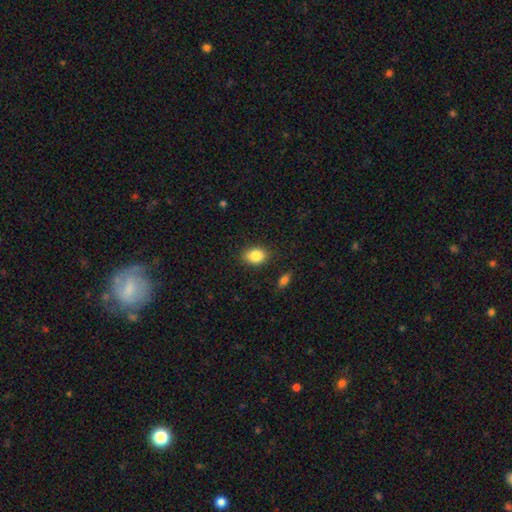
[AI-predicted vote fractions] The model was most divided on "how rounded": in between: 69%, round: 29%, cigar-shaped: 1%. More confident: smooth or featured — smooth (85%); merging — none (84%).